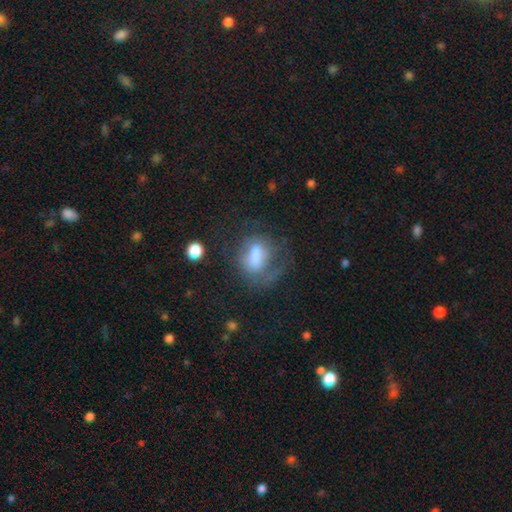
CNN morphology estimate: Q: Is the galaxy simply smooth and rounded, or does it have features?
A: smooth — 54%.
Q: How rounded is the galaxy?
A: in between — 63%.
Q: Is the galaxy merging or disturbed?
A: none — 39%.